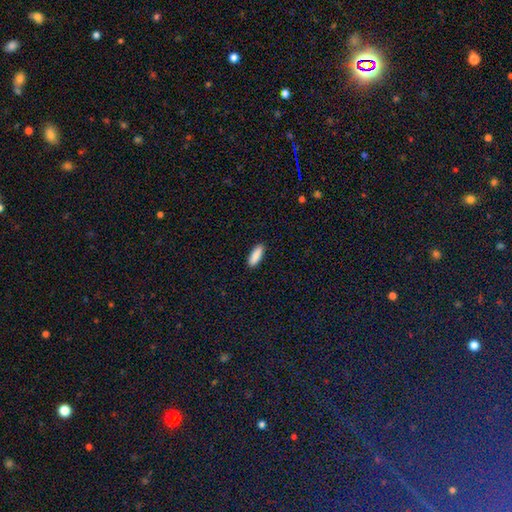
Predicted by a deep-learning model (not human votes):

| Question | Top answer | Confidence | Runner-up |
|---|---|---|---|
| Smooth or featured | smooth | 90% | star or artifact (6%) |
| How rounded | in between | 61% | cigar-shaped (37%) |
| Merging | none | 91% | minor disturbance (7%) |